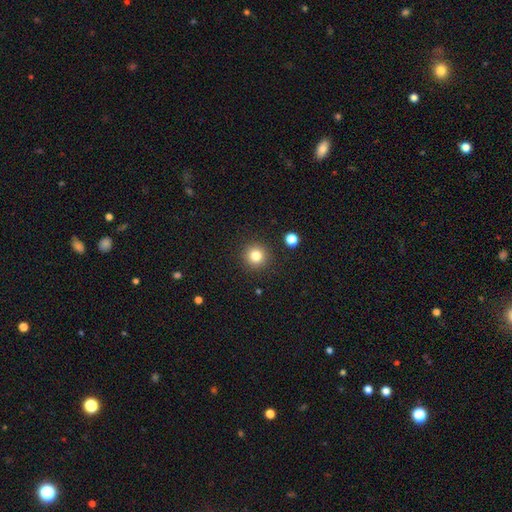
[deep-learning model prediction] This is clearly a smooth galaxy (81%). How rounded: clearly round (95%). Merging: clearly none (91%).